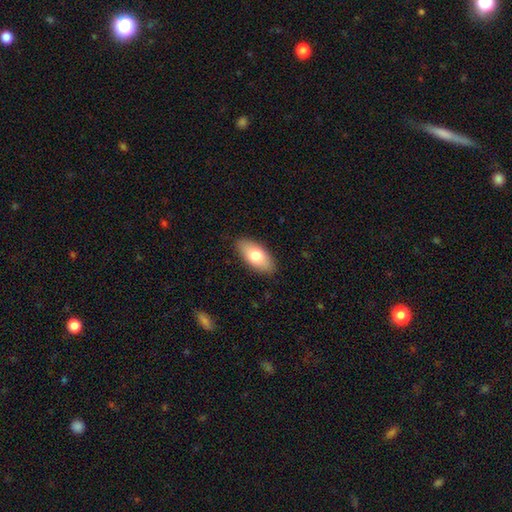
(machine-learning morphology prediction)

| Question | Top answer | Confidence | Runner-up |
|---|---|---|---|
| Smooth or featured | smooth | 76% | featured or disk (18%) |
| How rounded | in between | 89% | cigar-shaped (8%) |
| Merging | none | 87% | minor disturbance (10%) |